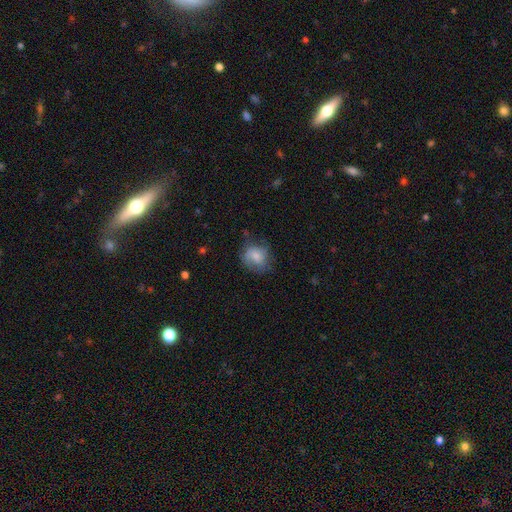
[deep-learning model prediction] Morphology: type=smooth (66%); roundness=round (65%); merging=none (57%).